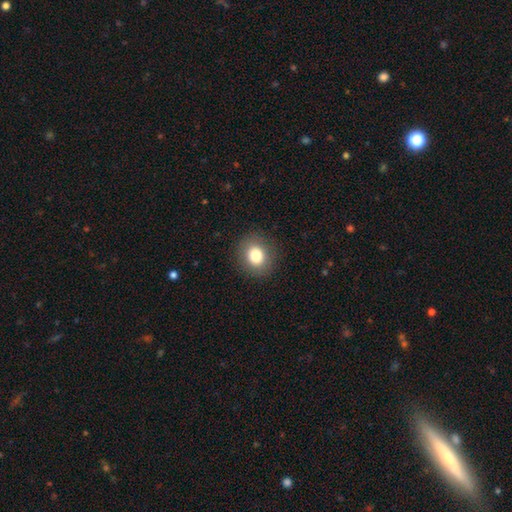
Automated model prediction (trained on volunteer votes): Smooth or featured: smooth — 81% (star or artifact — 10%)
How rounded: round — 74% (in between — 25%)
Merging: none — 89% (minor disturbance — 7%)